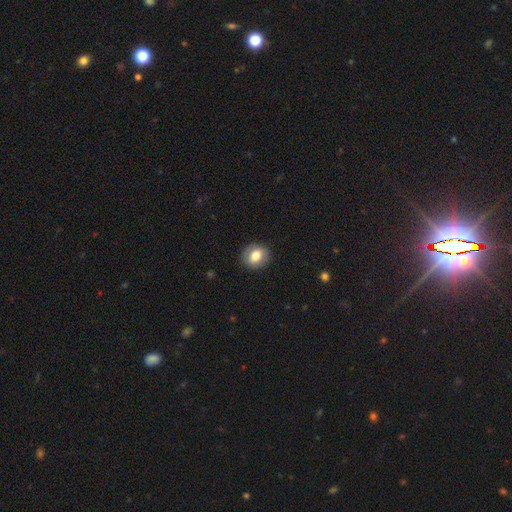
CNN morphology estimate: Smooth or featured: smooth — 75% (featured or disk — 17%)
How rounded: round — 66% (in between — 33%)
Merging: none — 87% (minor disturbance — 9%)